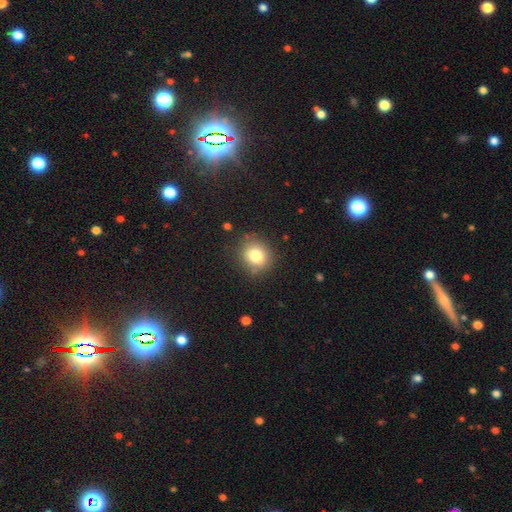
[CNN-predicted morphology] smooth 79%, star or artifact 11%, featured or disk 9%. Down the decision tree: how rounded — round (75%); merging — none (84%).